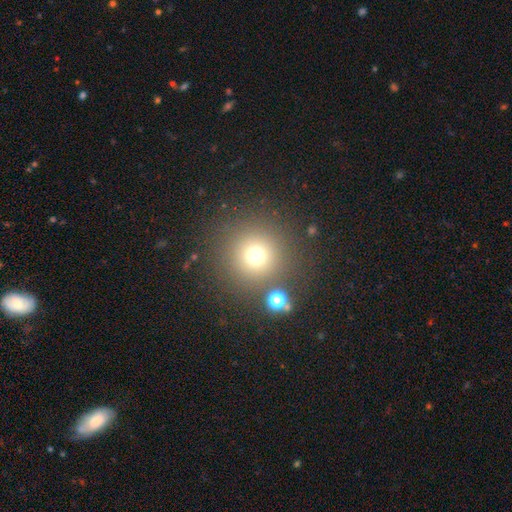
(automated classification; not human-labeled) Overall: smooth (71%). How rounded: round (96%). Merging: none (84%).